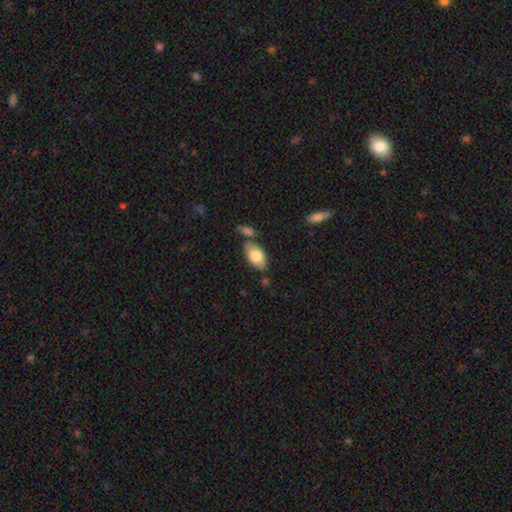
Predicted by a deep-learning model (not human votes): smooth 81%, featured or disk 14%, star or artifact 6%. Down the decision tree: how rounded — in between (93%); merging — none (66%).